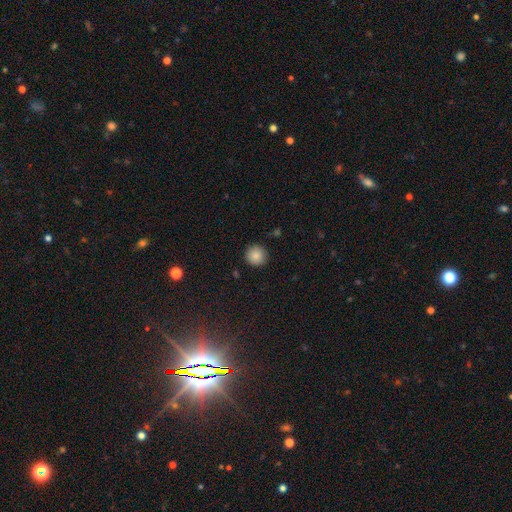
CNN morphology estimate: Overall: smooth (86%). How rounded: round (95%). Merging: none (90%).